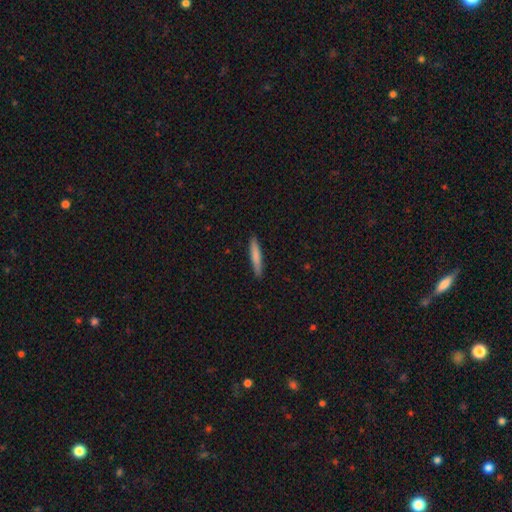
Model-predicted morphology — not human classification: smooth_or_featured: smooth (p=0.77) [alt: featured or disk p=0.17]
how_rounded: cigar-shaped (p=0.93) [alt: in between p=0.06]
merging: none (p=0.90) [alt: minor disturbance p=0.08]